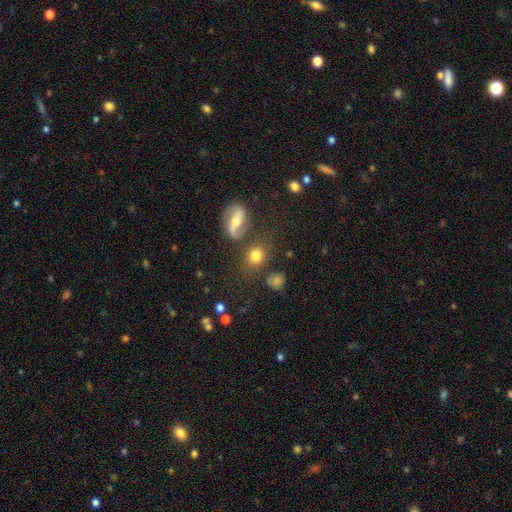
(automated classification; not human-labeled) This appears to be a smooth galaxy with no disk features (74%) that is round (67%). Merging: none (72%).